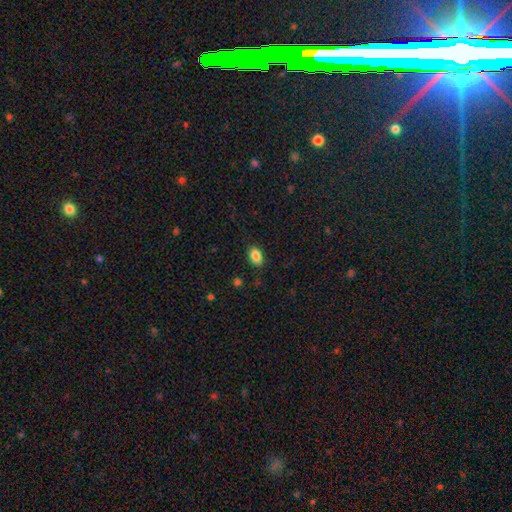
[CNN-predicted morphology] This appears to be a smooth galaxy with no disk features (86%) that is in between round and cigar-shaped (88%). Merging: none (85%).